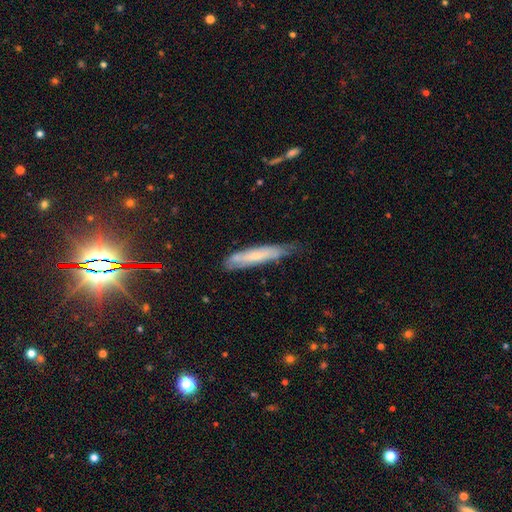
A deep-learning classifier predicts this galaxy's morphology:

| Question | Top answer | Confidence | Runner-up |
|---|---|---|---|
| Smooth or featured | smooth | 52% | featured or disk (40%) |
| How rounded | cigar-shaped | 86% | in between (12%) |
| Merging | none | 59% | minor disturbance (31%) |